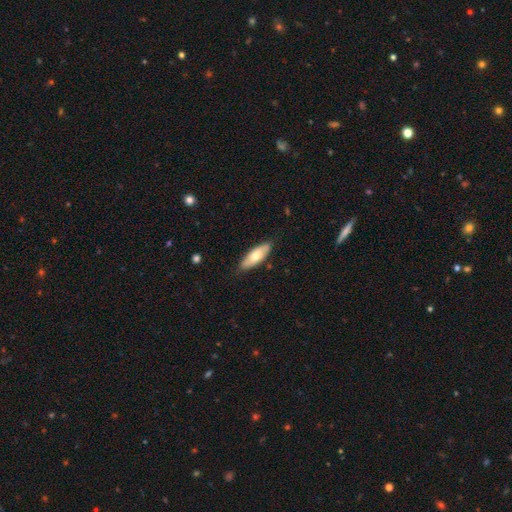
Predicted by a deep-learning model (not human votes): The model was most divided on "how rounded": in between: 66%, cigar-shaped: 32%, round: 2%. More confident: merging — none (82%); smooth or featured — smooth (67%).